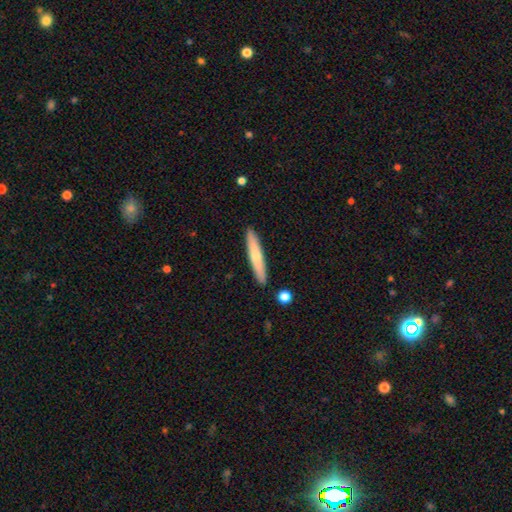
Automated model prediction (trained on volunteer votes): Q: Smooth or featured?
A: smooth (59%); runner-up: featured or disk (35%)
Q: How rounded?
A: cigar-shaped (93%); runner-up: in between (6%)
Q: Merging?
A: none (90%); runner-up: minor disturbance (7%)